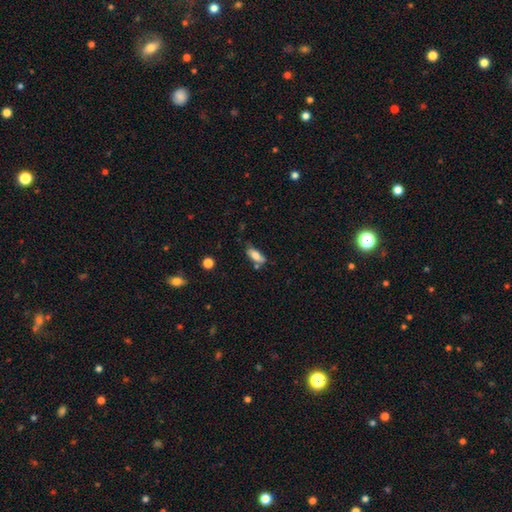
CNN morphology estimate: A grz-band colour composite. It shows a smooth galaxy with no disk features (77%) that is in between round and cigar-shaped (76%). Merging: none (53%).